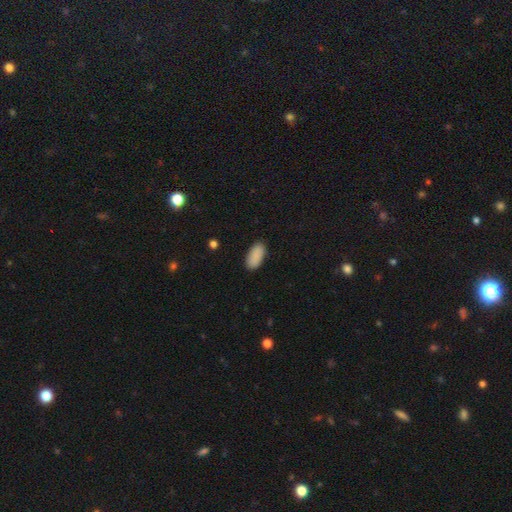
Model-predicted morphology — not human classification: smooth-or-featured: smooth: 90% | star or artifact: 6% | featured or disk: 3%
  how-rounded: in between: 93% | cigar-shaped: 5% | round: 2%
  merging: none: 88% | minor disturbance: 9% | major disturbance: 2% | merger: 1%